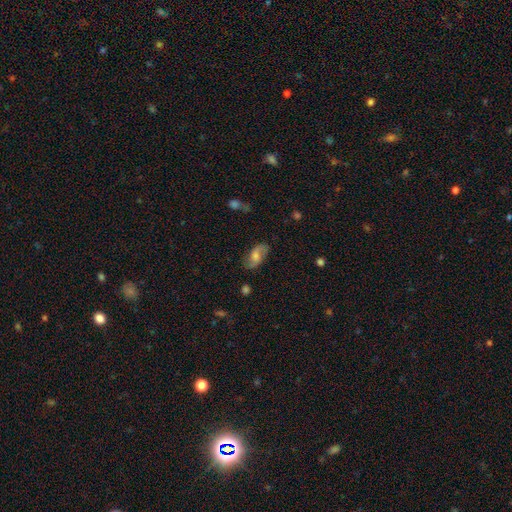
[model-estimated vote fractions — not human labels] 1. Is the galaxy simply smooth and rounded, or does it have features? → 55% featured or disk, 37% smooth, 8% star or artifact.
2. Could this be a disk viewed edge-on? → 93% no, 7% yes.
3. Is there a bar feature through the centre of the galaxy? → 52% no, 39% weak, 10% strong.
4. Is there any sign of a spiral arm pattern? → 86% yes, 14% no.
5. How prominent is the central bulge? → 50% moderate, 23% small, 17% large, 9% none, 2% dominant.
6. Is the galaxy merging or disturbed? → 77% none, 16% minor disturbance, 5% major disturbance, 2% merger.